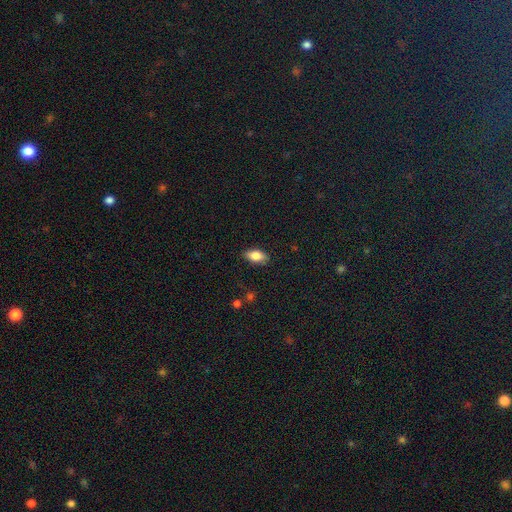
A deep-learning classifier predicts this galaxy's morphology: smooth 82%, featured or disk 10%, star or artifact 8%. Down the decision tree: how rounded — in between (89%); merging — none (83%).